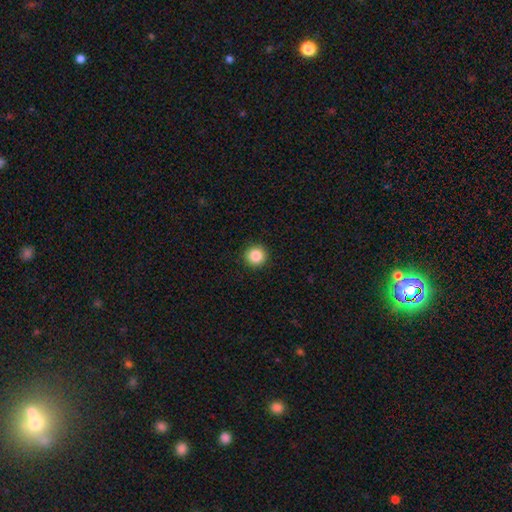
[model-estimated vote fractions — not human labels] Smooth or featured?
  - smooth: 87% *
  - star or artifact: 10%
  - featured or disk: 4%
How rounded?
  - round: 95% *
  - in between: 4%
  - cigar-shaped: 1%
Merging?
  - none: 93% *
  - minor disturbance: 5%
  - major disturbance: 2%
  - merger: 1%